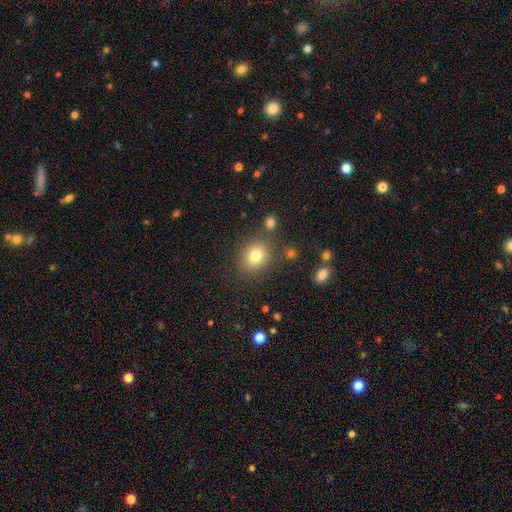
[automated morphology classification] Smooth or featured: smooth — 79% (star or artifact — 13%)
How rounded: round — 76% (in between — 23%)
Merging: none — 81% (minor disturbance — 9%)